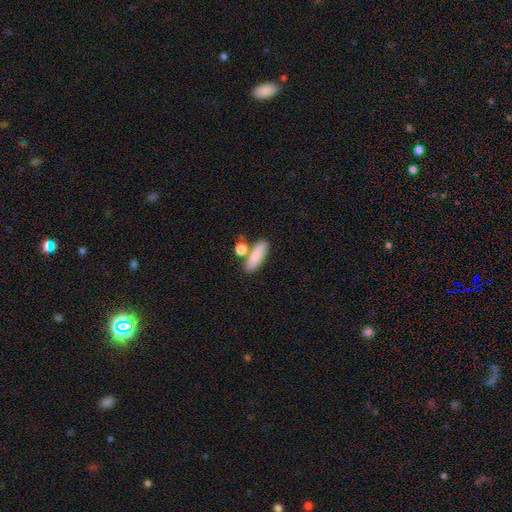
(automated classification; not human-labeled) This appears to be a smooth galaxy with no disk features (84%) that is in between round and cigar-shaped (61%). Merging: none (66%).